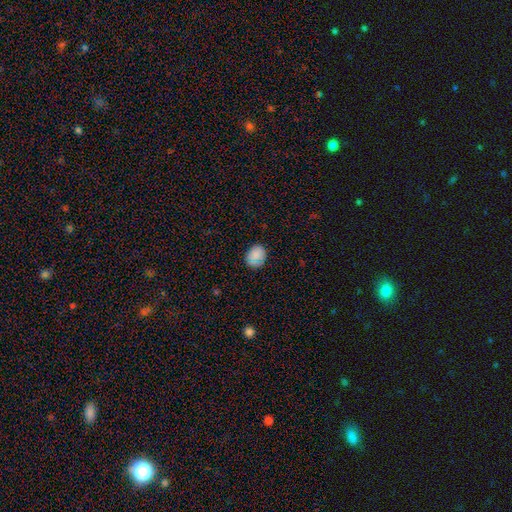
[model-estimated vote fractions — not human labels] Smooth or featured? Predicted: smooth (p=0.80). How rounded? Predicted: round (p=0.60). Merging? Predicted: none (p=0.82).